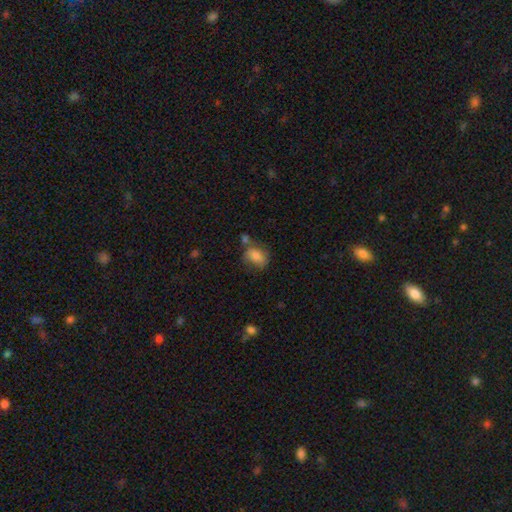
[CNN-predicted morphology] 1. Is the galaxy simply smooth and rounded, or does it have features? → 77% smooth, 15% featured or disk, 8% star or artifact.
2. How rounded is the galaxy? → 71% in between, 27% round, 2% cigar-shaped.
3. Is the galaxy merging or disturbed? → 52% none, 23% minor disturbance, 16% merger, 9% major disturbance.